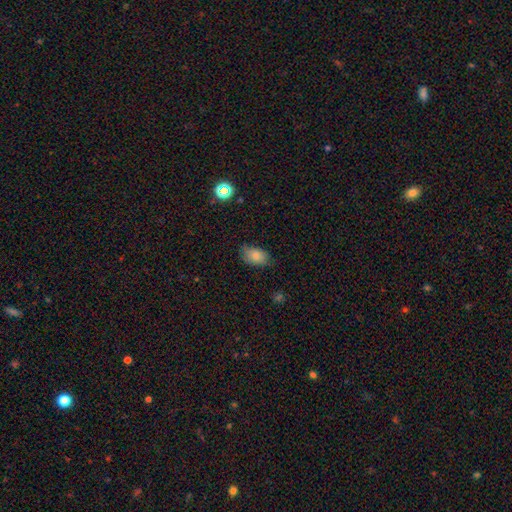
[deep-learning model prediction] This is clearly a smooth galaxy (83%). How rounded: clearly in between (89%). Merging: likely none (66%).